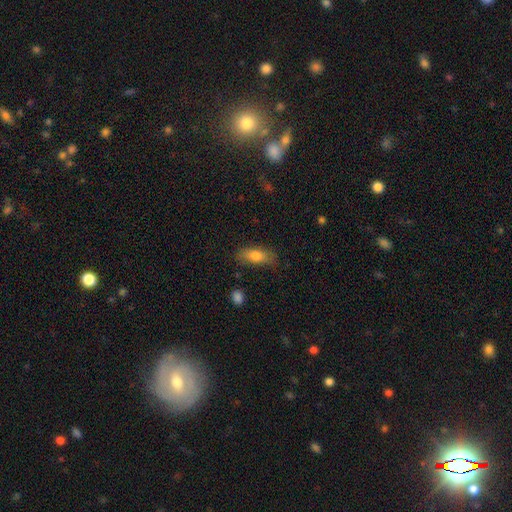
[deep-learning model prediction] Smooth or featured: smooth — 78% (featured or disk — 15%)
How rounded: in between — 75% (cigar-shaped — 22%)
Merging: none — 72% (minor disturbance — 20%)